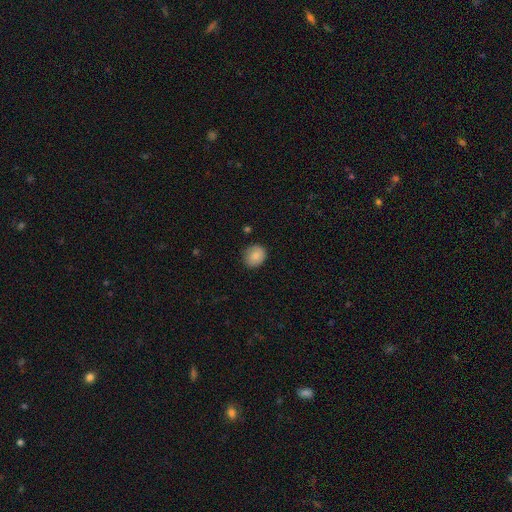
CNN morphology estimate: A smooth galaxy with no disk features (83%) that is round (74%). Merging: none (83%).